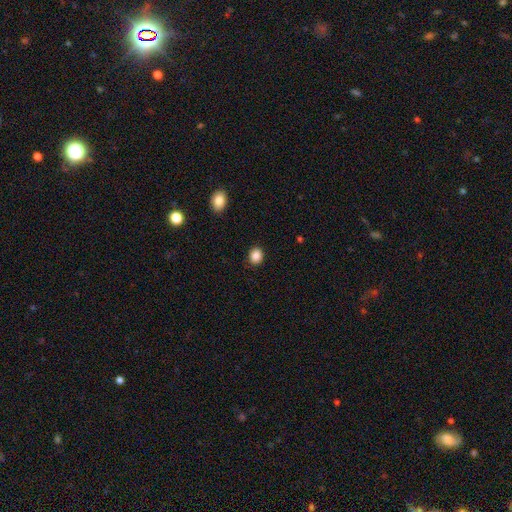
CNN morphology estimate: This appears to be a smooth galaxy with no disk features (87%) that is round (60%). Merging: none (90%).